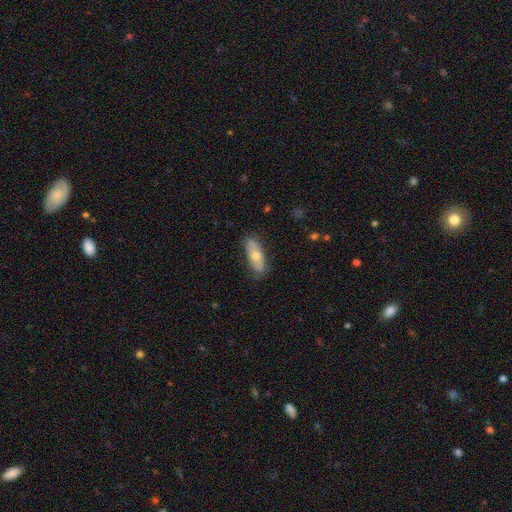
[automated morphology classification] Smooth or featured?
  - smooth: 57% *
  - featured or disk: 37%
  - star or artifact: 7%
How rounded?
  - in between: 63% *
  - cigar-shaped: 35%
  - round: 3%
Merging?
  - none: 81% *
  - minor disturbance: 15%
  - major disturbance: 3%
  - merger: 1%